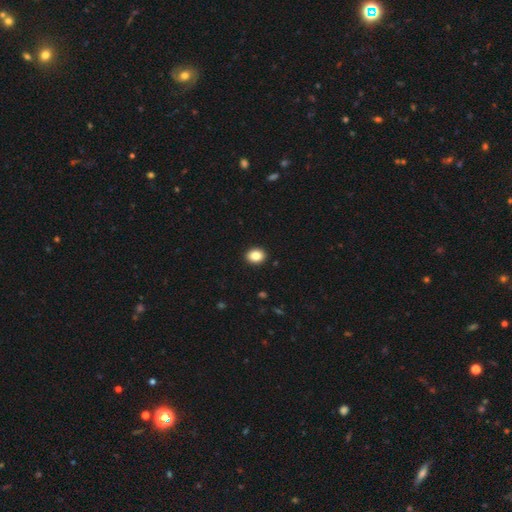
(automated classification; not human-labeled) Smooth or featured? Predicted: smooth (p=0.85). How rounded? Predicted: round (p=0.50). Merging? Predicted: none (p=0.92).